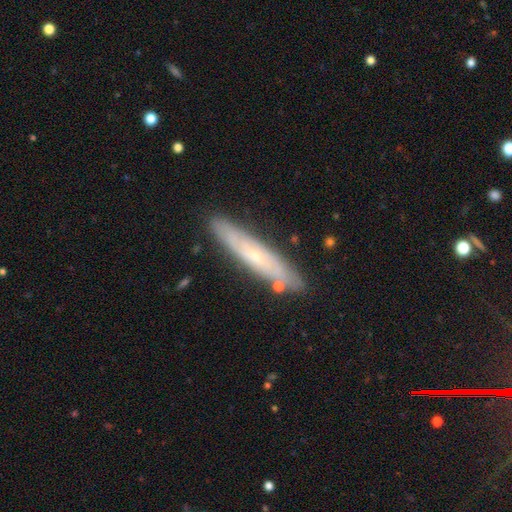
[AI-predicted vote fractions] featured or disk 59%, smooth 34%, star or artifact 7%. Down the decision tree: edge-on disk — yes (60%); merging — none (84%).